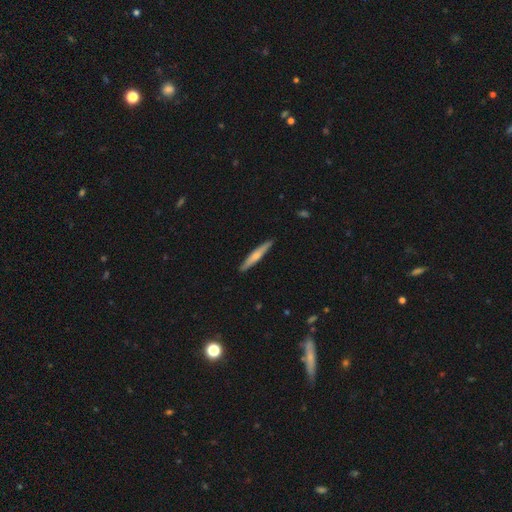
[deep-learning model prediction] smooth-or-featured: smooth: 54% | featured or disk: 41% | star or artifact: 5%
  how-rounded: cigar-shaped: 94% | in between: 4% | round: 1%
  merging: none: 90% | minor disturbance: 7% | major disturbance: 1% | merger: 1%